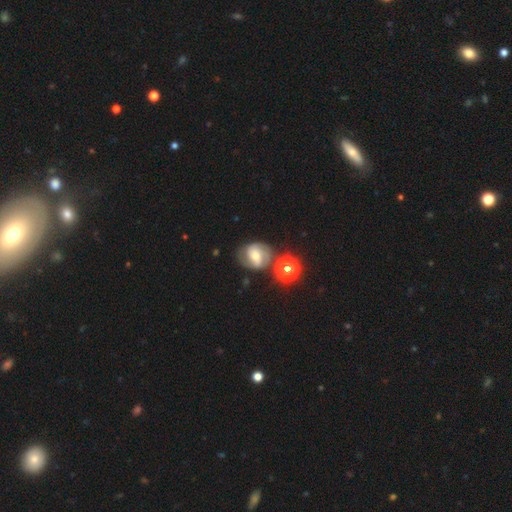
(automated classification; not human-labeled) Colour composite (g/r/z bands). It shows a featured or disk galaxy (67%) with a weak bar (46%), 2 (76%) medium (46%) spiral arms (88%) and a moderate central bulge (62%). Merging: none (64%).